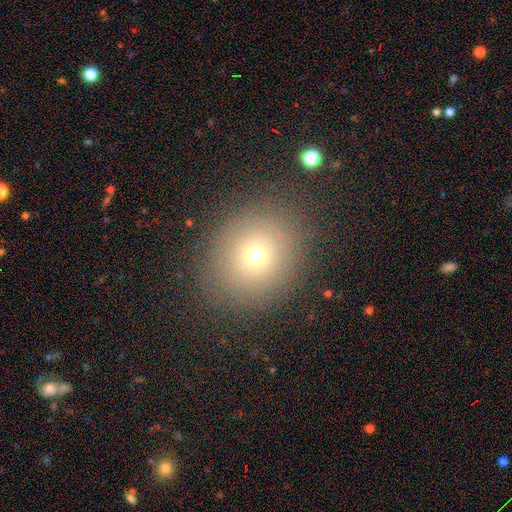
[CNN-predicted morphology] smooth 68%, star or artifact 18%, featured or disk 14%. Down the decision tree: how rounded — round (80%); merging — none (84%).